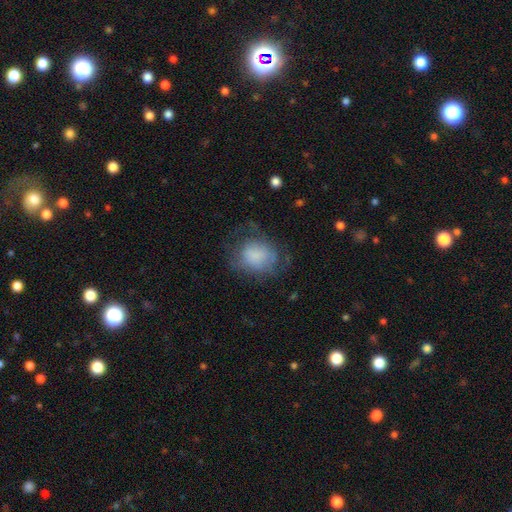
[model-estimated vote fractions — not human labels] This appears to be a smooth galaxy with no disk features (62%) that is round (53%). Merging: none (46%).